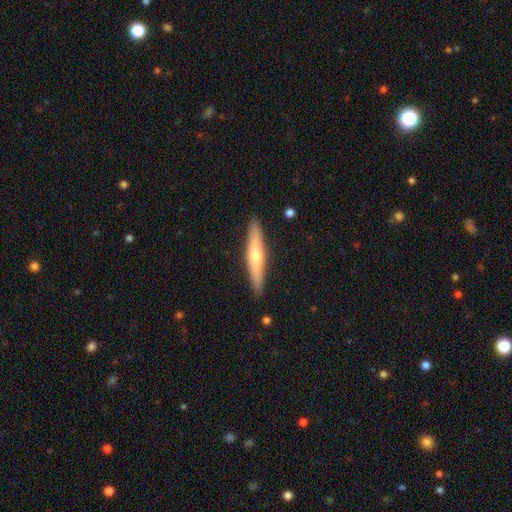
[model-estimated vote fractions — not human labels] A featured or disk galaxy (51%) viewed edge-on (93%). Merging: none (91%).